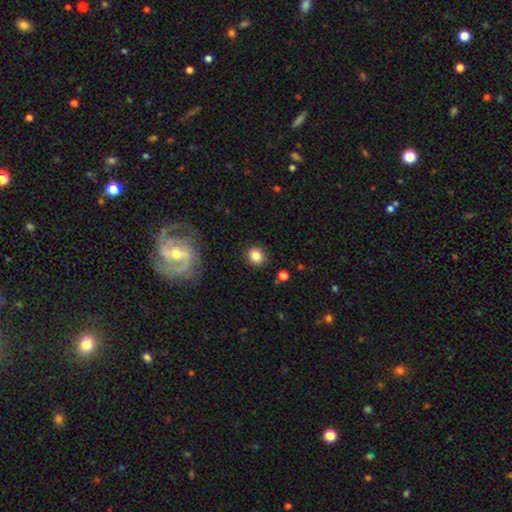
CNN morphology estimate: The model was most divided on "how rounded": round: 80%, in between: 19%, cigar-shaped: 1%. More confident: merging — none (88%); smooth or featured — smooth (83%).